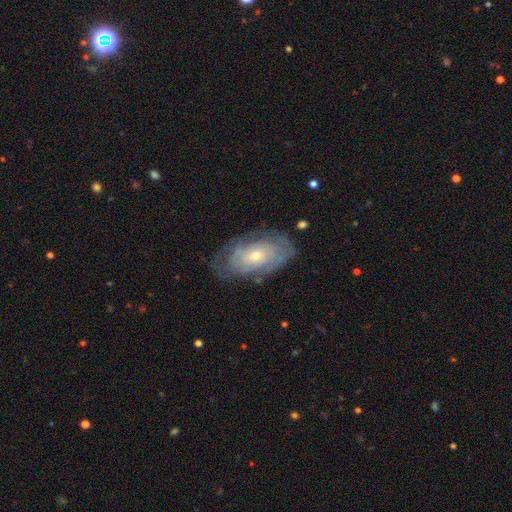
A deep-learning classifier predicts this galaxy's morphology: smooth-or-featured: featured or disk: 73% | smooth: 20% | star or artifact: 7%
  disk-edge-on: no: 93% | yes: 7%
    bar: no: 77% | weak: 19% | strong: 4%
    has-spiral-arms: yes: 81% | no: 19%
      spiral-winding: tight: 72% | medium: 21% | loose: 7%
      spiral-arm-count: can't tell: 61% | 2: 17% | 3: 8% | 4: 6% | 1: 4% | more than 4: 4%
    bulge-size: small: 60% | moderate: 36% | large: 2% | none: 1% | dominant: 1%
  merging: none: 70% | minor disturbance: 20% | major disturbance: 8% | merger: 1%